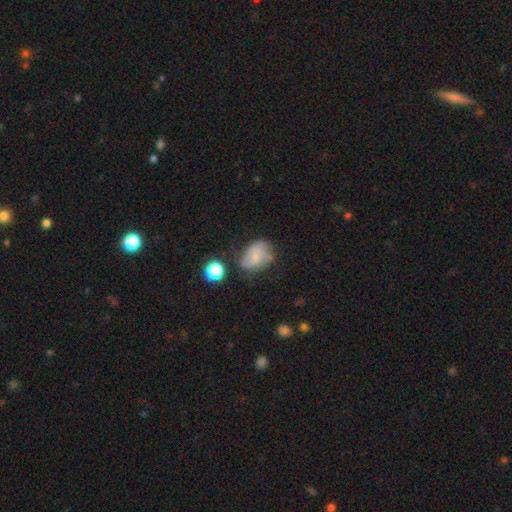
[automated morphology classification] type=smooth (46%); merging=none (47%).